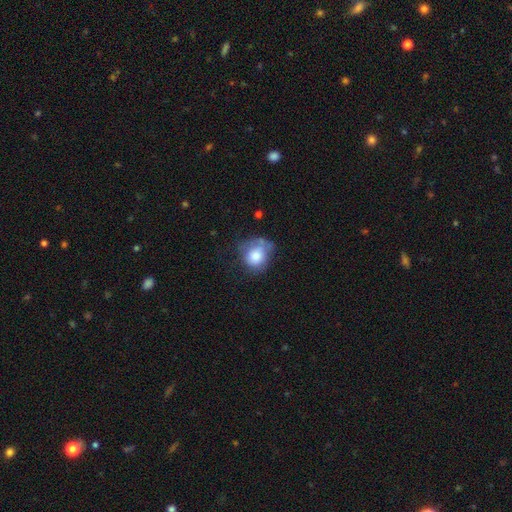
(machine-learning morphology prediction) smooth-or-featured: smooth: 72% | featured or disk: 19% | star or artifact: 8%
  how-rounded: round: 69% | in between: 30% | cigar-shaped: 1%
  merging: none: 41% | minor disturbance: 33% | major disturbance: 21% | merger: 5%